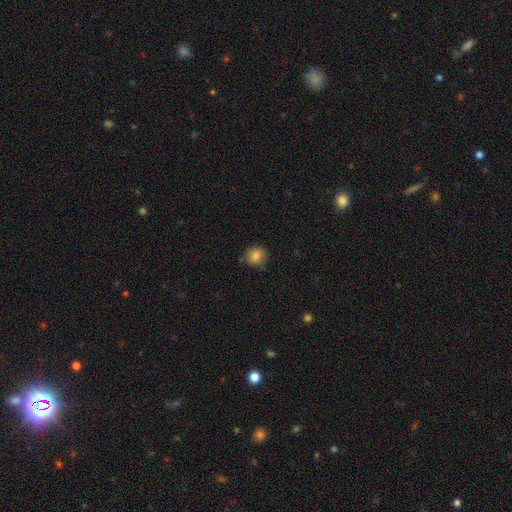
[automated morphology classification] A smooth galaxy with no disk features (82%) that is round (80%).

Vote fractions:
- Smooth or featured? smooth: 82% / star or artifact: 10% / featured or disk: 7%
- How rounded? round: 80% / in between: 19% / cigar-shaped: 1%
- Merging? none: 78% / minor disturbance: 17% / major disturbance: 3% / merger: 3%